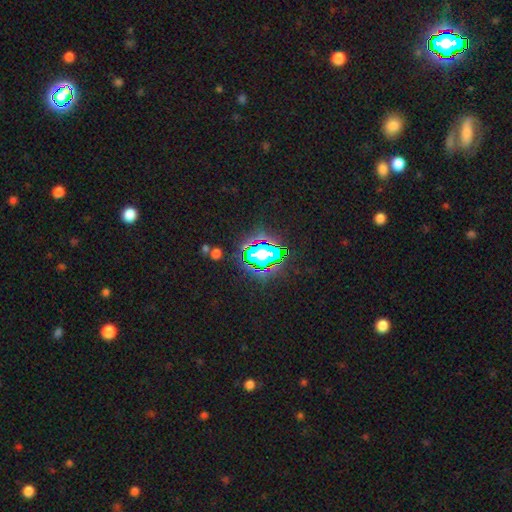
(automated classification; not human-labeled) A star or artifact, not a galaxy (80%).